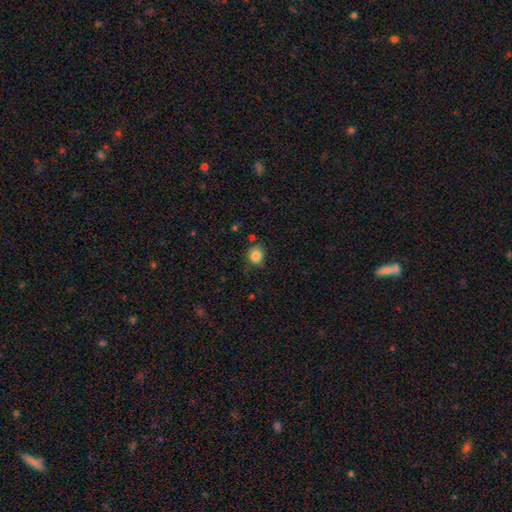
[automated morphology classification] Smooth or featured: smooth — 85% (star or artifact — 10%)
How rounded: round — 80% (in between — 19%)
Merging: none — 77% (minor disturbance — 16%)